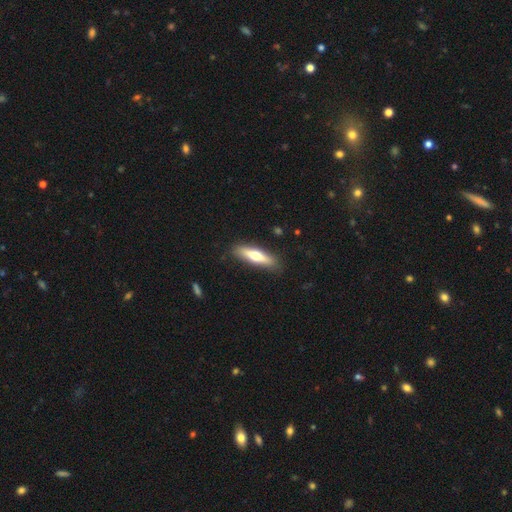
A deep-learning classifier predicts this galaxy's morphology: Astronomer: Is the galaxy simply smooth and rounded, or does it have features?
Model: smooth — 53% (runner-up: featured or disk, 42%).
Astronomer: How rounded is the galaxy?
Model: cigar-shaped — 73%.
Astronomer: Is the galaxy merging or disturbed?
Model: none — 87%.